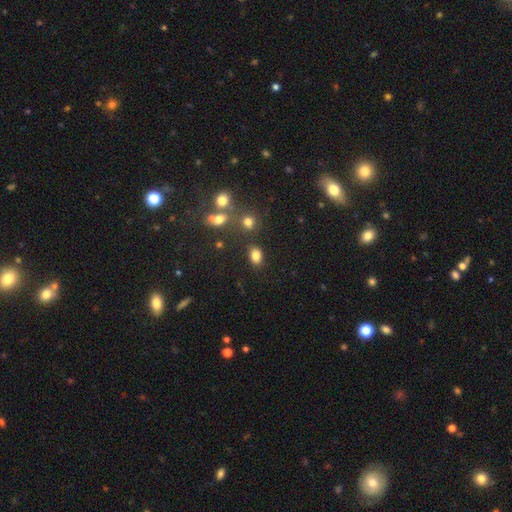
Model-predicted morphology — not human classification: Smooth or featured?
  - smooth: 82% *
  - star or artifact: 12%
  - featured or disk: 6%
How rounded?
  - in between: 76% *
  - round: 22%
  - cigar-shaped: 1%
Merging?
  - none: 77% *
  - minor disturbance: 11%
  - merger: 7%
  - major disturbance: 4%